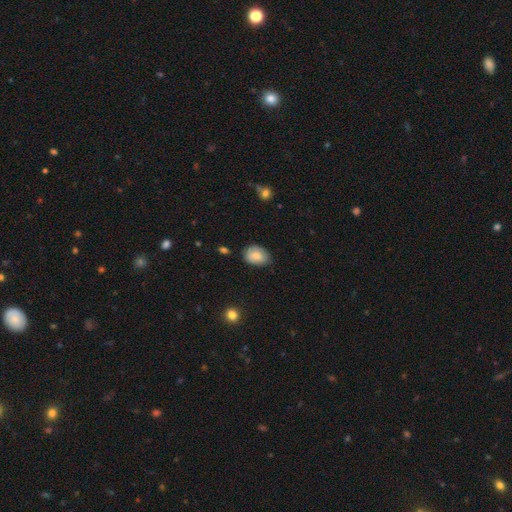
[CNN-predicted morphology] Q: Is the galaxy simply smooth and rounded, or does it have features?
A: smooth — 78%.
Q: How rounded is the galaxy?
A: in between — 79%.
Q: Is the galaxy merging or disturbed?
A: none — 70%.